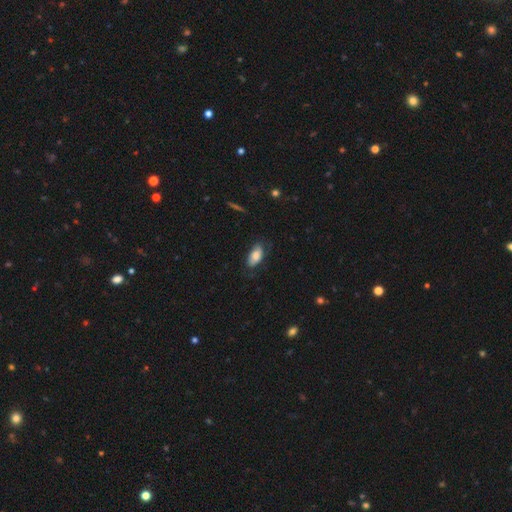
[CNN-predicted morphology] Smooth or featured: smooth — 79% (featured or disk — 14%)
How rounded: in between — 91% (cigar-shaped — 6%)
Merging: none — 66% (minor disturbance — 25%)